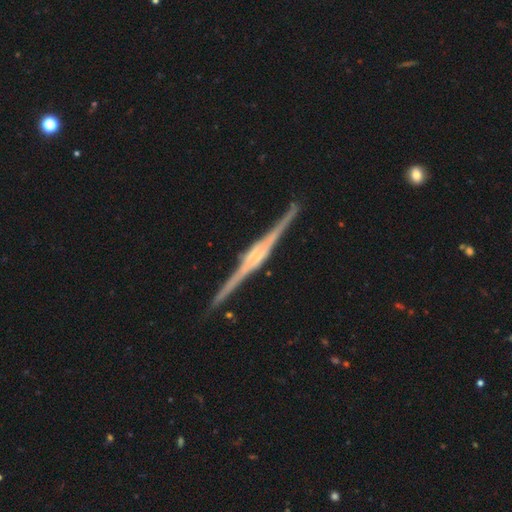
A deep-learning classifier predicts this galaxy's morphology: type=featured or disk (90%); edge-on=yes (98%); edge-on bulge=boxy (52%); merging=none (90%).